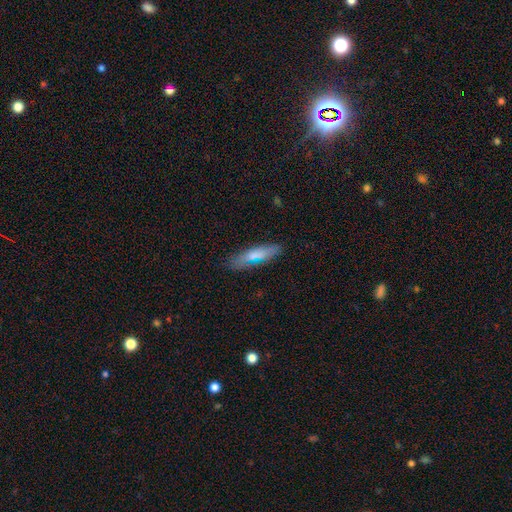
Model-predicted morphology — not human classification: A smooth galaxy with no disk features (72%) that is cigar-shaped (66%). Merging: none (82%).